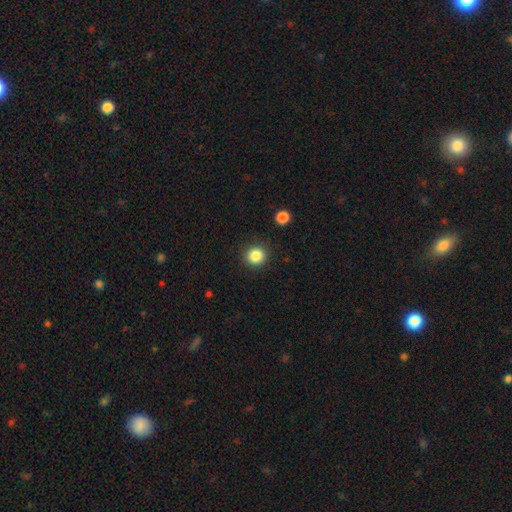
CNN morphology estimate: The model was most divided on "smooth or featured": smooth: 85%, star or artifact: 11%, featured or disk: 4%. More confident: how rounded — round (93%); merging — none (91%).